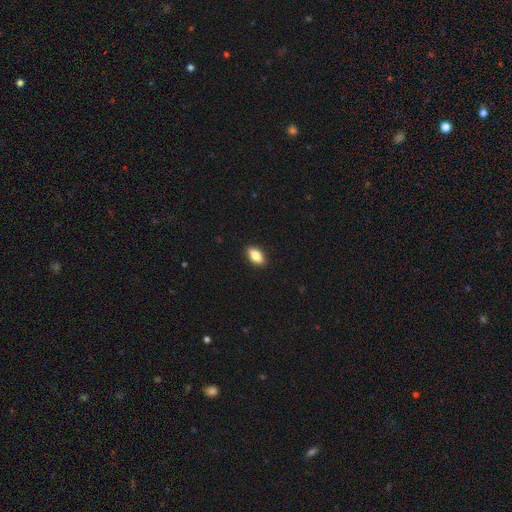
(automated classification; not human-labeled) Smooth or featured: smooth — 82% (featured or disk — 11%)
How rounded: in between — 89% (cigar-shaped — 7%)
Merging: none — 90% (minor disturbance — 7%)